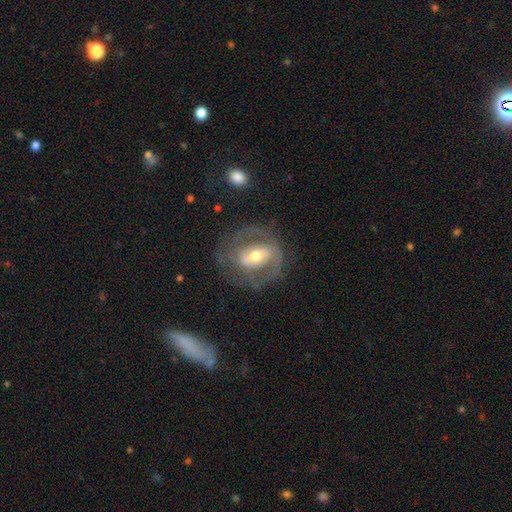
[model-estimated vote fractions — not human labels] smooth_or_featured: featured or disk (p=0.79) [alt: smooth p=0.15]
disk_edge_on: no (p=0.96) [alt: yes p=0.04]
bar: weak (p=0.39) [alt: strong p=0.36]
has_spiral_arms: yes (p=0.79) [alt: no p=0.21]
spiral_winding: medium (p=0.45) [alt: tight p=0.39]
spiral_arm_count: 2 (p=0.68) [alt: can't tell p=0.17]
bulge_size: moderate (p=0.66) [alt: small p=0.25]
merging: none (p=0.65) [alt: minor disturbance p=0.17]